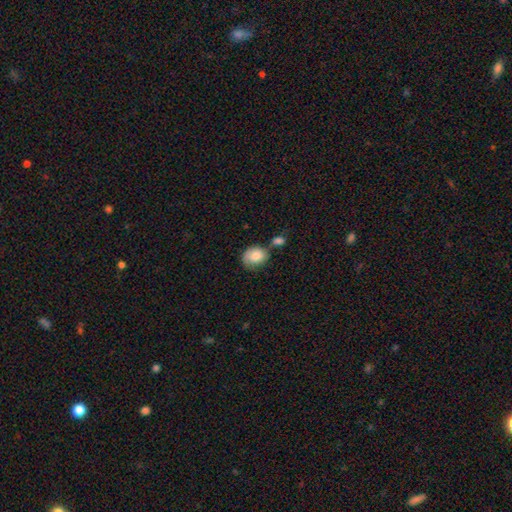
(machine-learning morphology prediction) Q: Smooth or featured?
A: smooth (79%); runner-up: featured or disk (14%)
Q: How rounded?
A: round (53%); runner-up: in between (46%)
Q: Merging?
A: none (45%); runner-up: minor disturbance (23%)